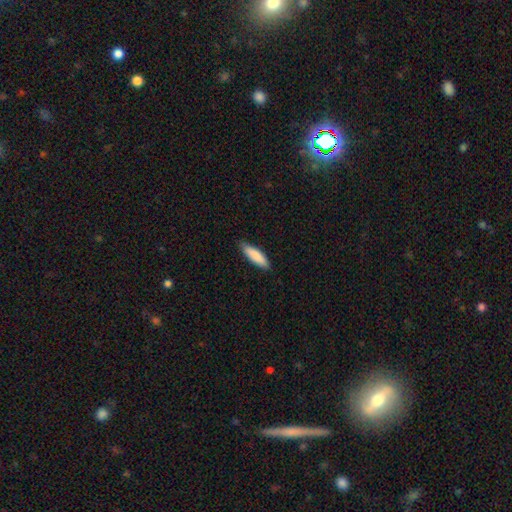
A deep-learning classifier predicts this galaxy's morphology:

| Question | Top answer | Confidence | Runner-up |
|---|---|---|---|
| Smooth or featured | smooth | 87% | featured or disk (8%) |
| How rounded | cigar-shaped | 61% | in between (37%) |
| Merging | none | 85% | minor disturbance (12%) |